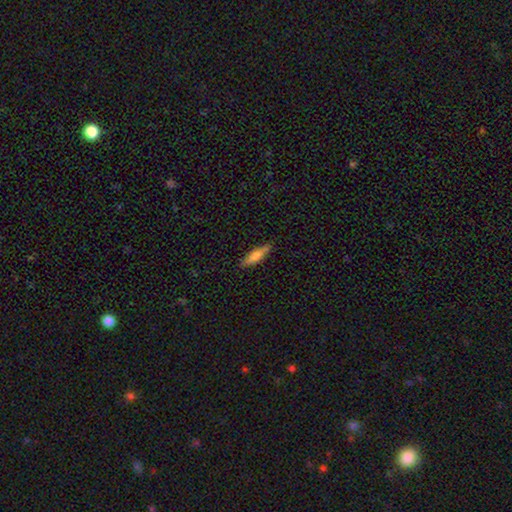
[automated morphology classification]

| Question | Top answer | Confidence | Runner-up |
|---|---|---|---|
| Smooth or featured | smooth | 66% | featured or disk (28%) |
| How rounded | cigar-shaped | 69% | in between (29%) |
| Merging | none | 83% | minor disturbance (13%) |